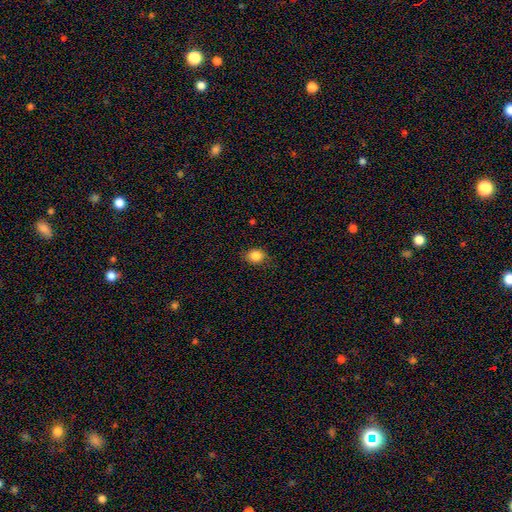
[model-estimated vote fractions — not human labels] smooth_or_featured: smooth (p=0.85) [alt: star or artifact p=0.11]
how_rounded: round (p=0.64) [alt: in between p=0.35]
merging: none (p=0.83) [alt: minor disturbance p=0.13]